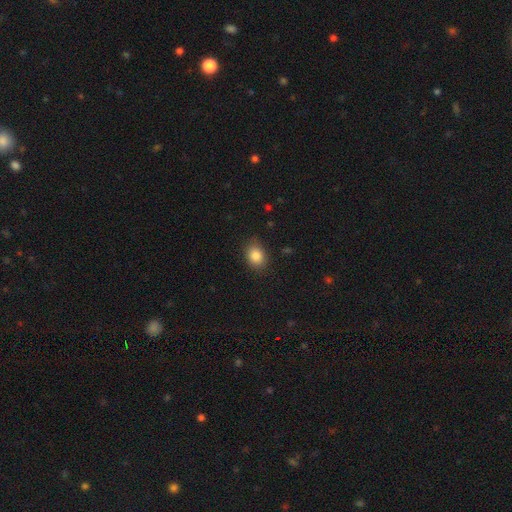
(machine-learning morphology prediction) smooth-or-featured: smooth: 85% | star or artifact: 9% | featured or disk: 6%
  how-rounded: in between: 63% | round: 36% | cigar-shaped: 1%
  merging: none: 83% | minor disturbance: 12% | major disturbance: 3% | merger: 1%